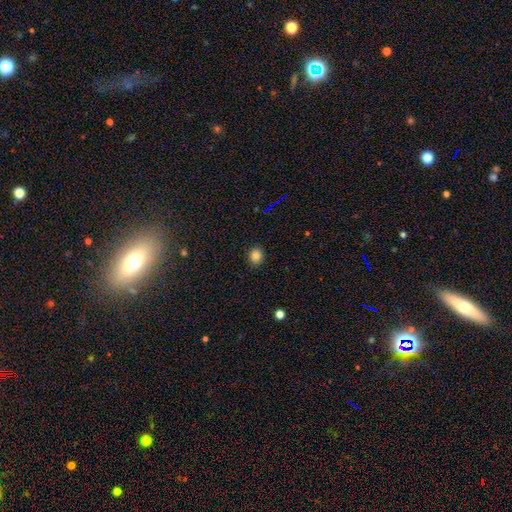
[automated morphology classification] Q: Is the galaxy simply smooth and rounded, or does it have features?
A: smooth — 83%.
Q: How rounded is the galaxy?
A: round — 76%.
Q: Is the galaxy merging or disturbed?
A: none — 90%.